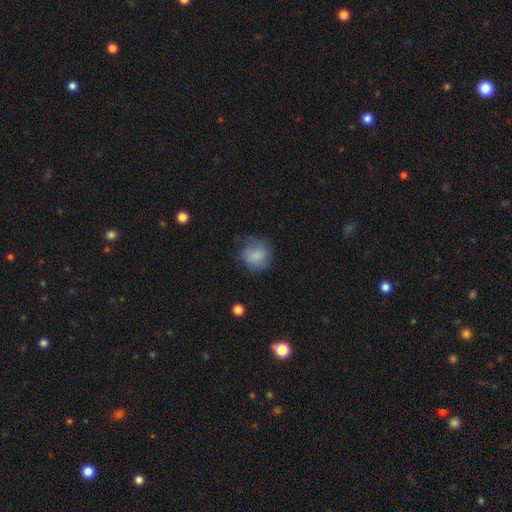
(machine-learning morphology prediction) Smooth or featured: smooth — 82% (featured or disk — 11%)
How rounded: round — 84% (in between — 15%)
Merging: none — 62% (minor disturbance — 26%)